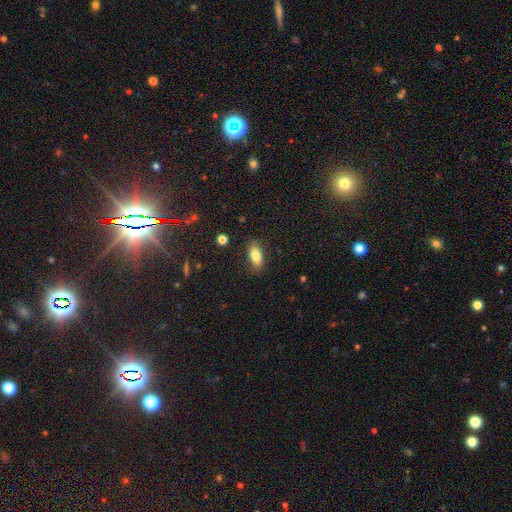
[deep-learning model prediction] This is clearly a smooth galaxy (82%). How rounded: clearly in between (83%). Merging: clearly none (82%).